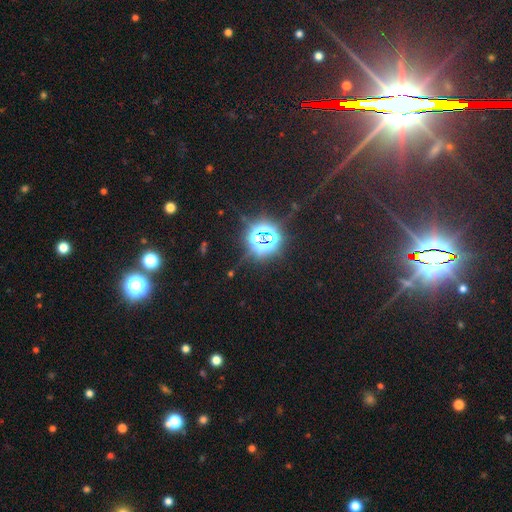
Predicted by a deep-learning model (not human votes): smooth-or-featured: star or artifact: 79% | smooth: 11% | featured or disk: 10%